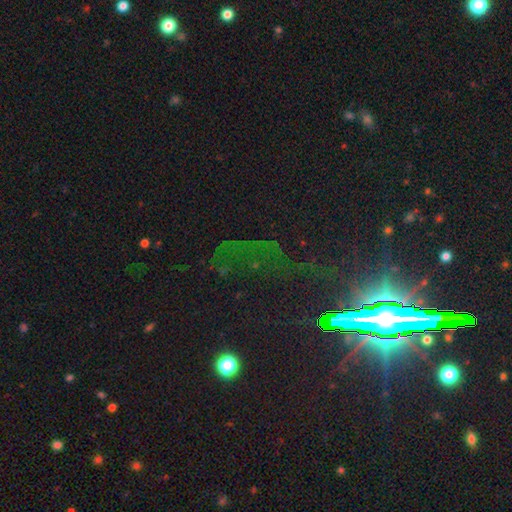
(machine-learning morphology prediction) Smooth or featured? star or artifact (72%)